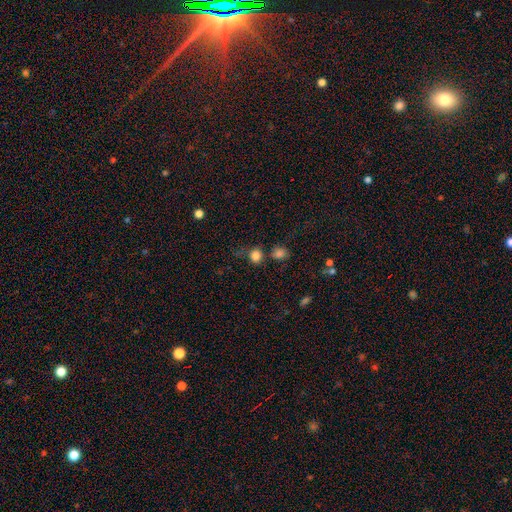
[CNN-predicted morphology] Smooth or featured?
  - smooth: 81% *
  - star or artifact: 14%
  - featured or disk: 5%
How rounded?
  - round: 78% *
  - in between: 21%
  - cigar-shaped: 1%
Merging?
  - none: 67% *
  - minor disturbance: 14%
  - merger: 12%
  - major disturbance: 6%